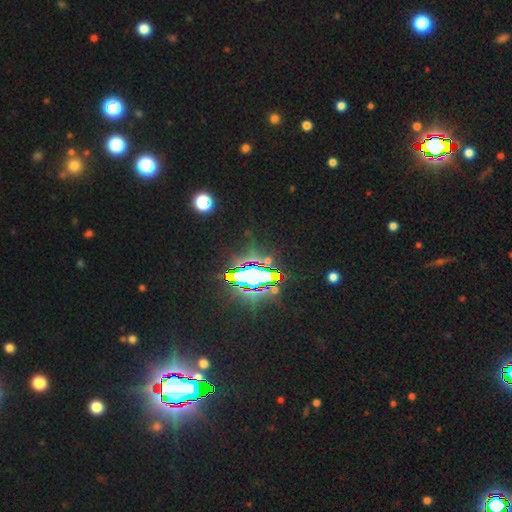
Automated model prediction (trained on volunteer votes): A star or artifact, not a galaxy (76%).

Vote fractions:
- Smooth or featured? star or artifact: 76% / smooth: 12% / featured or disk: 12%